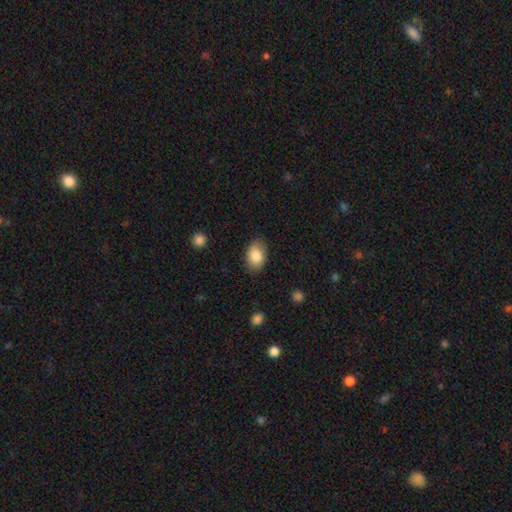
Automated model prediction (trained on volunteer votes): Overall: smooth (86%). How rounded: in between (85%). Merging: none (81%).